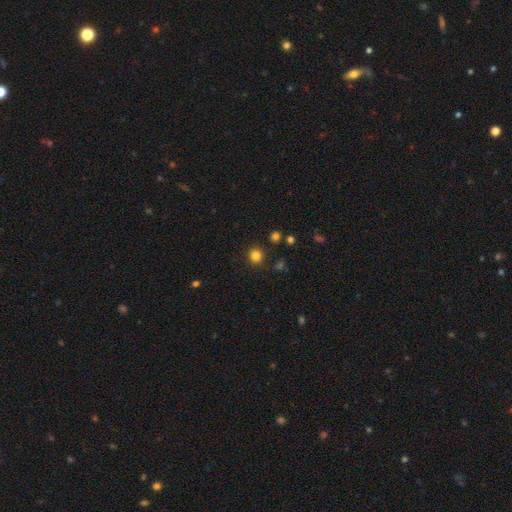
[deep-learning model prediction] Smooth or featured? Predicted: smooth (p=0.82). How rounded? Predicted: round (p=0.91). Merging? Predicted: none (p=0.90).